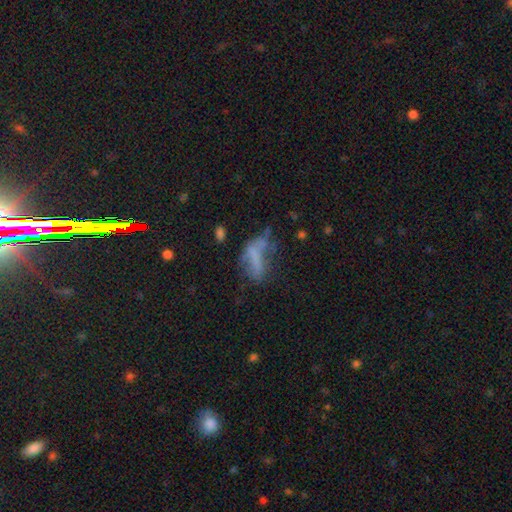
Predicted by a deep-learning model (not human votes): This appears to be a smooth galaxy with no disk features (47%). Merging: major disturbance (37%).